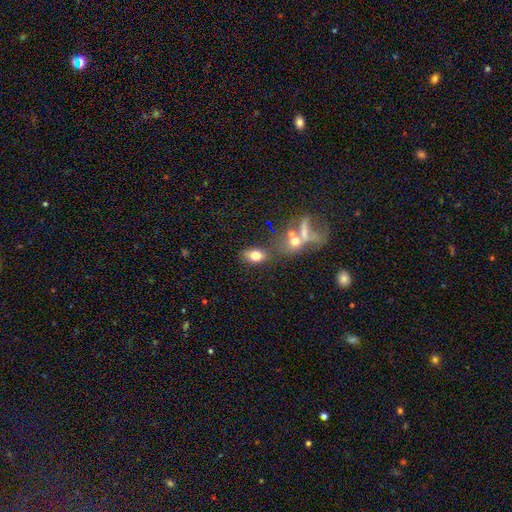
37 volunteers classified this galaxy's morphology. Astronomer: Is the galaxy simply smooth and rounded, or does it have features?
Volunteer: smooth — 62%.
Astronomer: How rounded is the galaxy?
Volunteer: in between — 83%.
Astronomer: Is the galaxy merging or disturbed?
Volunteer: none — 54%.